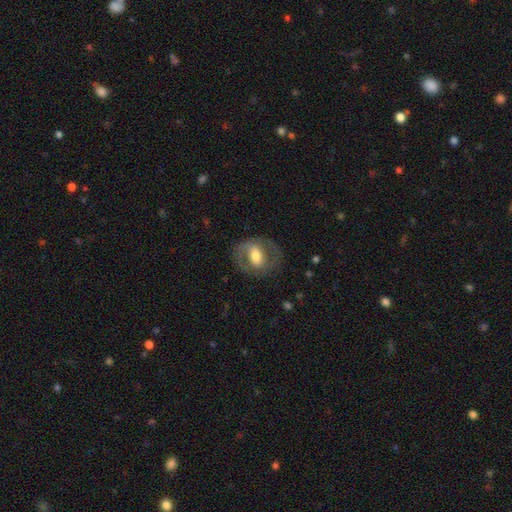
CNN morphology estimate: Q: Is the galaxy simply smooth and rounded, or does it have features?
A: featured or disk — 61%.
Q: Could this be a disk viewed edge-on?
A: no — 93%.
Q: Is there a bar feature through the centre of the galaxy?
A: weak — 39%.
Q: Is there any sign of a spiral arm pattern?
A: yes — 57%.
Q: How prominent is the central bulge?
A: moderate — 60%.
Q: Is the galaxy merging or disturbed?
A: none — 72%.